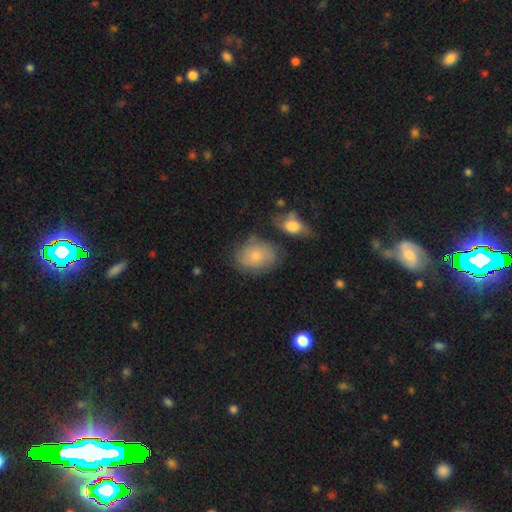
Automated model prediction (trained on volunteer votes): smooth_or_featured: smooth (p=0.67) [alt: featured or disk p=0.25]
how_rounded: in between (p=0.63) [alt: round p=0.36]
merging: none (p=0.64) [alt: minor disturbance p=0.21]